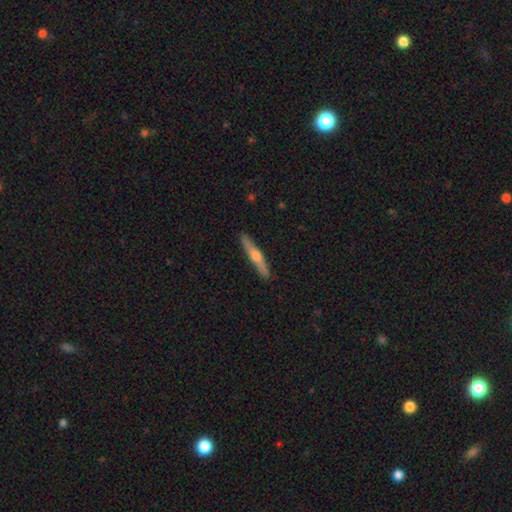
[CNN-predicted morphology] Q: Smooth or featured?
A: featured or disk (61%); runner-up: smooth (34%)
Q: Edge-on disk?
A: yes (96%); runner-up: no (4%)
Q: Edge-on bulge?
A: rounded (88%); runner-up: none (8%)
Q: Merging?
A: none (91%); runner-up: minor disturbance (7%)